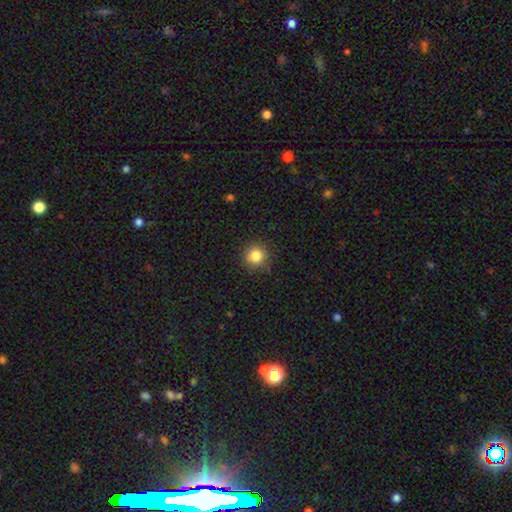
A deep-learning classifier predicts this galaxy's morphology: This is clearly a smooth galaxy (84%). How rounded: clearly round (92%). Merging: clearly none (86%).